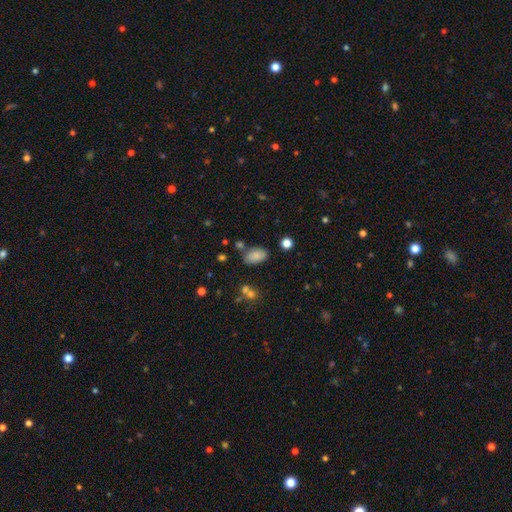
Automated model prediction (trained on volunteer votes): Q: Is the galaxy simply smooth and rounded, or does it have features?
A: smooth — 82%.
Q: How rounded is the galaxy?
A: in between — 92%.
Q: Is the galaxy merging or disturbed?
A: none — 69%.